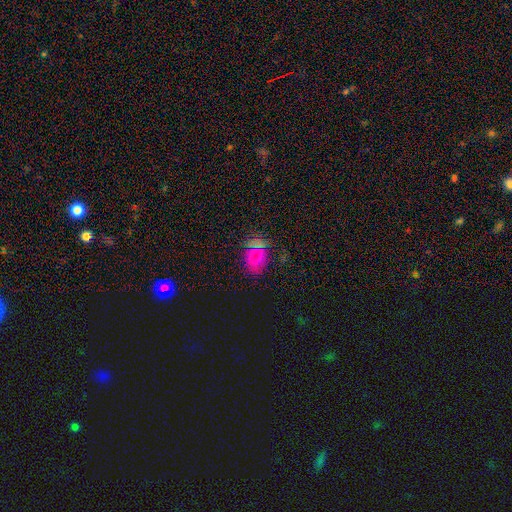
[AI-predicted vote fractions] The model was most divided on "how rounded": in between: 73%, round: 25%, cigar-shaped: 2%. More confident: merging — none (76%); smooth or featured — smooth (68%).